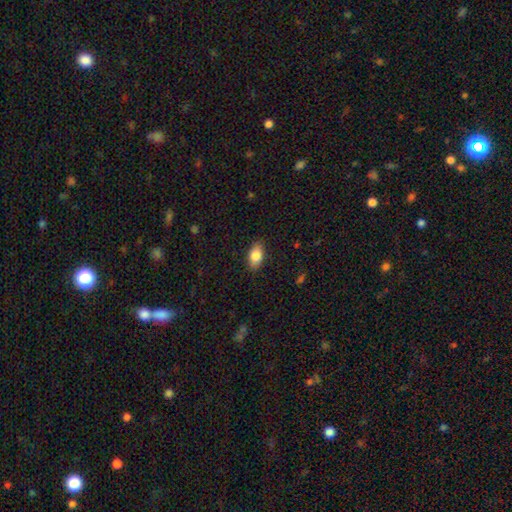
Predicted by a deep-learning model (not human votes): Smooth or featured: smooth — 83% (featured or disk — 10%)
How rounded: in between — 89% (round — 7%)
Merging: none — 87% (minor disturbance — 10%)